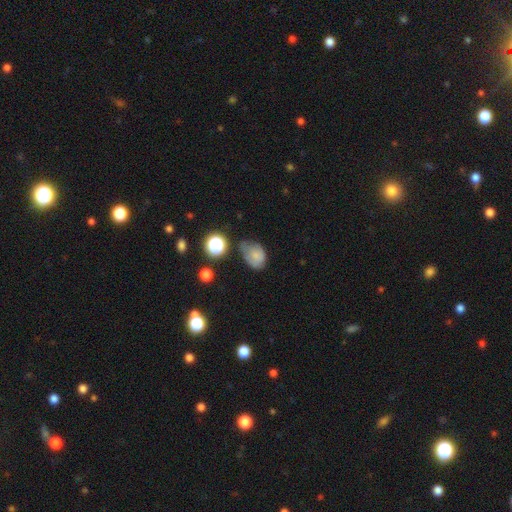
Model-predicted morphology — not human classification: smooth-or-featured: smooth: 70% | featured or disk: 16% | star or artifact: 14%
  how-rounded: in between: 67% | round: 32% | cigar-shaped: 1%
  merging: none: 39% | minor disturbance: 38% | major disturbance: 17% | merger: 5%